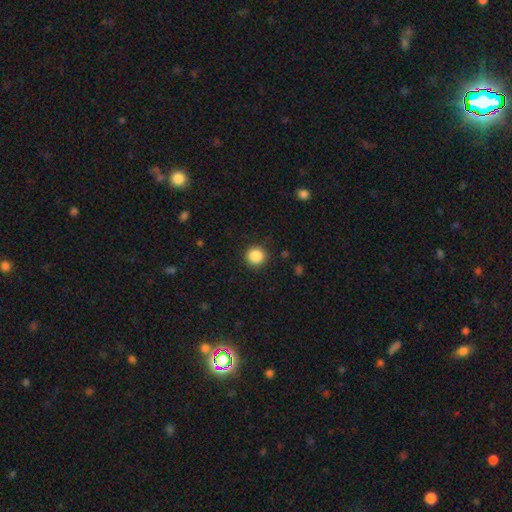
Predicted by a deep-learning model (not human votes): A smooth galaxy with no disk features (87%) that is round (94%). Merging: none (90%).